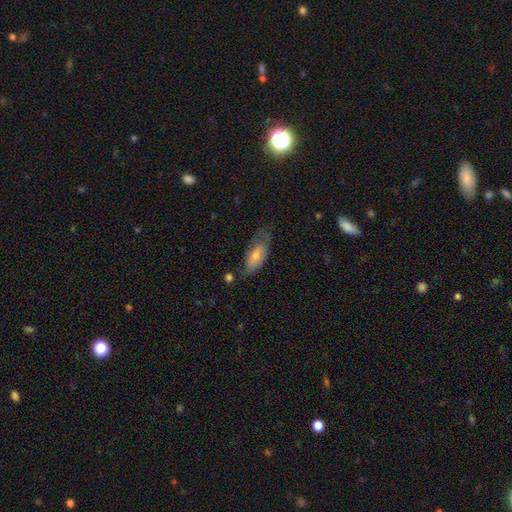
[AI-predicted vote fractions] The model was most divided on "merging": none: 57%, minor disturbance: 30%, major disturbance: 9%, merger: 4%. More confident: how rounded — in between (79%); smooth or featured — smooth (63%).